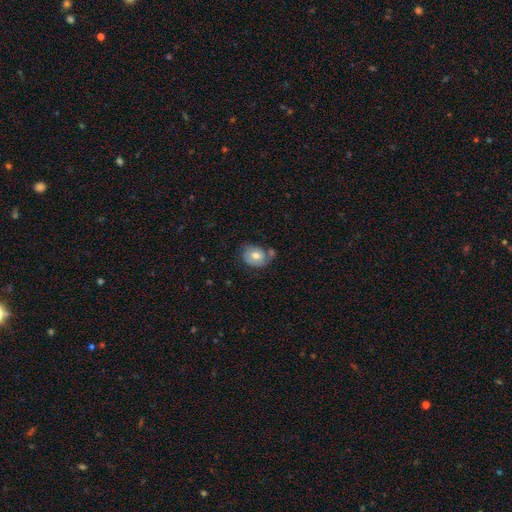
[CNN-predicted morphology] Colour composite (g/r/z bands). It shows a smooth galaxy with no disk features (59%) that is round (53%). Merging: none (46%).